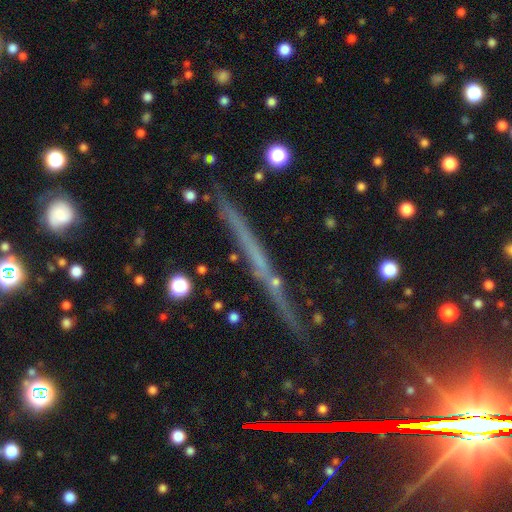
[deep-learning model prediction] Overall: featured or disk (53%; smooth 25%). Edge-on disk: yes (95%). Edge-on bulge: none (84%). Merging: none (84%).